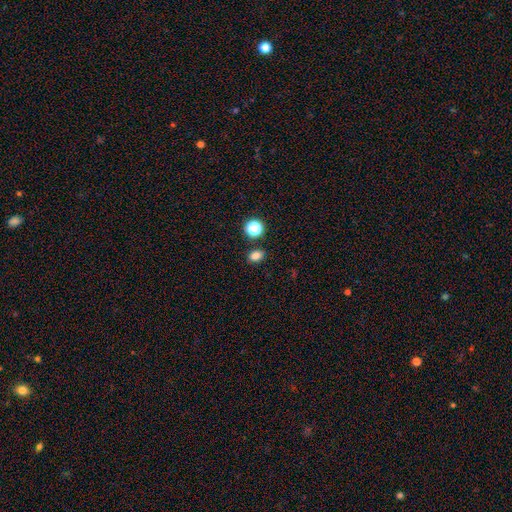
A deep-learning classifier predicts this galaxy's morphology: Q: Smooth or featured?
A: smooth (81%); runner-up: star or artifact (14%)
Q: How rounded?
A: in between (65%); runner-up: round (34%)
Q: Merging?
A: none (83%); runner-up: minor disturbance (9%)